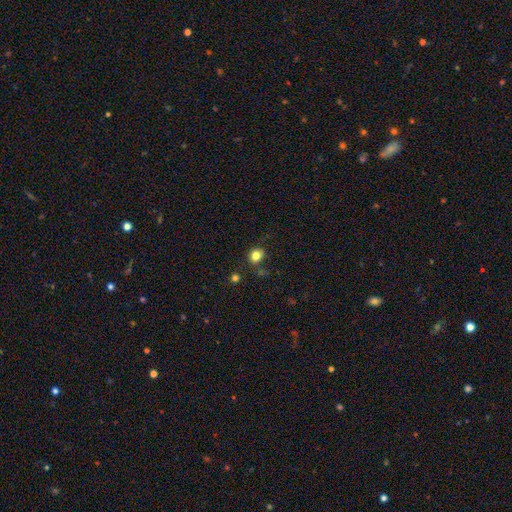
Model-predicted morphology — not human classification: A smooth galaxy with no disk features (81%) that is round (80%). Merging: none (78%).